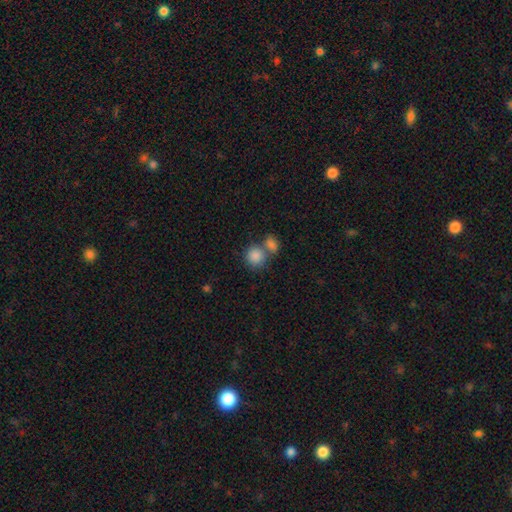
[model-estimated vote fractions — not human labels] This appears to be a smooth galaxy with no disk features (86%) that is round (82%). Merging: none (47%).